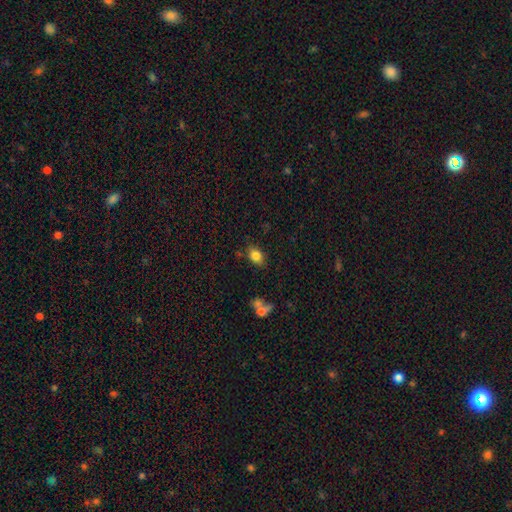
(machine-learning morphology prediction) smooth-or-featured: smooth: 81% | star or artifact: 10% | featured or disk: 10%
  how-rounded: in between: 73% | round: 25% | cigar-shaped: 2%
  merging: none: 77% | minor disturbance: 16% | merger: 4% | major disturbance: 4%